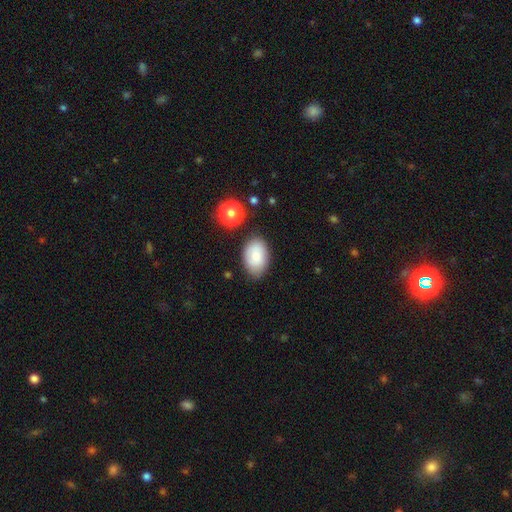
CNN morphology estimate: Smooth or featured: smooth — 80% (featured or disk — 12%)
How rounded: in between — 89% (round — 10%)
Merging: none — 78% (minor disturbance — 15%)